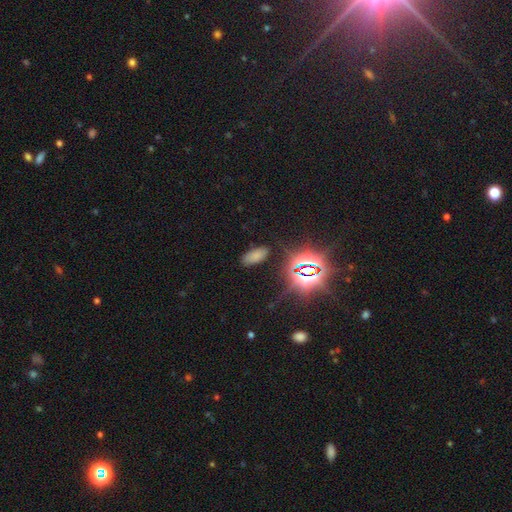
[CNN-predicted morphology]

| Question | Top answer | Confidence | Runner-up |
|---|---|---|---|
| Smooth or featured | smooth | 64% | star or artifact (28%) |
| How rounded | in between | 89% | cigar-shaped (7%) |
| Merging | none | 83% | minor disturbance (11%) |